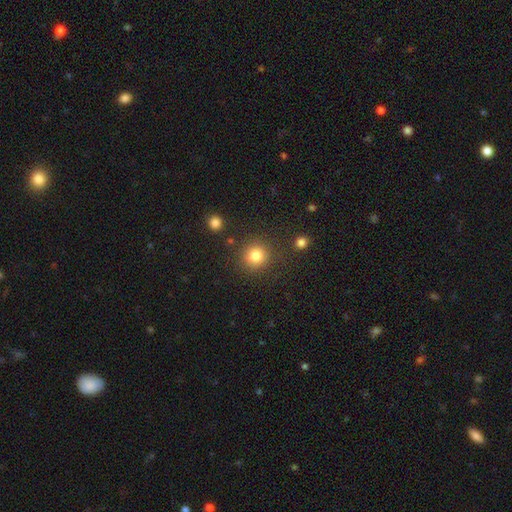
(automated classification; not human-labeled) A smooth galaxy with no disk features (82%) that is round (92%).

Vote fractions:
- Smooth or featured? smooth: 82% / star or artifact: 12% / featured or disk: 6%
- How rounded? round: 92% / in between: 7% / cigar-shaped: 1%
- Merging? none: 85% / minor disturbance: 7% / merger: 4% / major disturbance: 3%